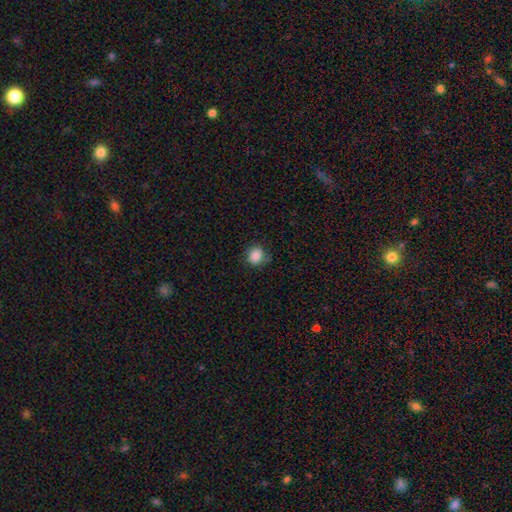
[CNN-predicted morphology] A smooth galaxy with no disk features (87%) that is round (79%). Merging: none (76%).